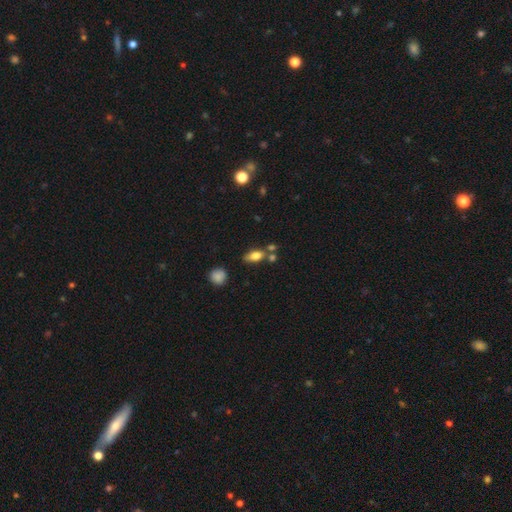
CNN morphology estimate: smooth 76%, featured or disk 15%, star or artifact 10%. Down the decision tree: how rounded — in between (82%); merging — none (58%).